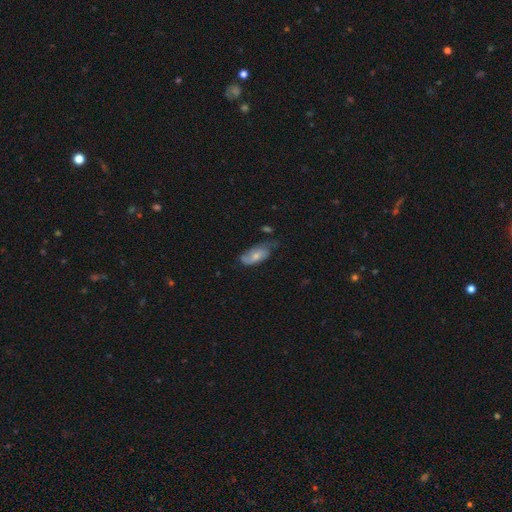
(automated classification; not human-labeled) The model was most divided on "merging": none: 48%, minor disturbance: 37%, major disturbance: 12%, merger: 3%. More confident: how rounded — in between (90%); smooth or featured — smooth (59%).